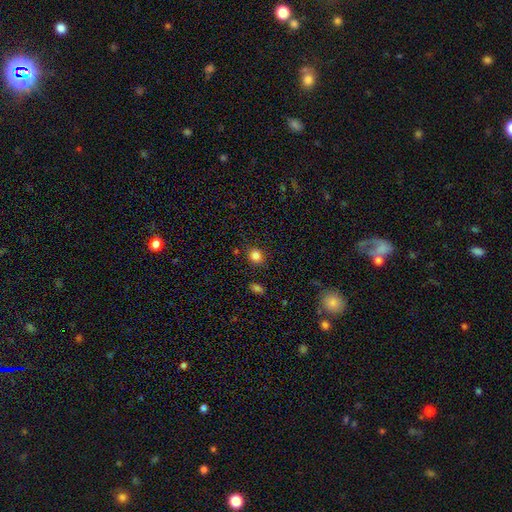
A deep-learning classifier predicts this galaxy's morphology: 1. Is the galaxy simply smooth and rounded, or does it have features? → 83% smooth, 12% star or artifact, 5% featured or disk.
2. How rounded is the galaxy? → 72% round, 27% in between, 1% cigar-shaped.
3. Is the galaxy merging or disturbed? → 85% none, 10% minor disturbance, 3% major disturbance, 2% merger.